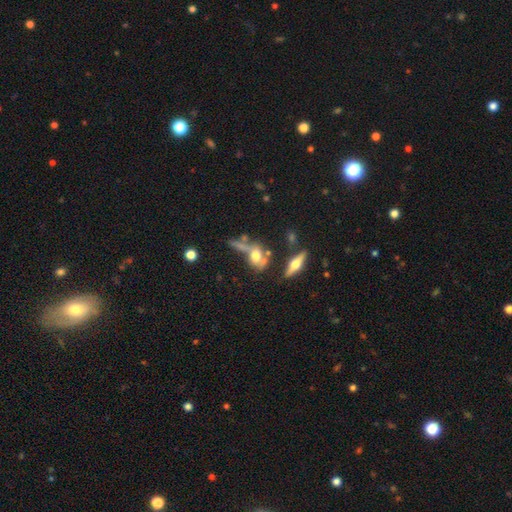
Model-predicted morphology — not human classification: The model was most divided on "merging": none: 36%, merger: 32%, minor disturbance: 16%, major disturbance: 16%. More confident: how rounded — in between (59%); smooth or featured — smooth (50%).